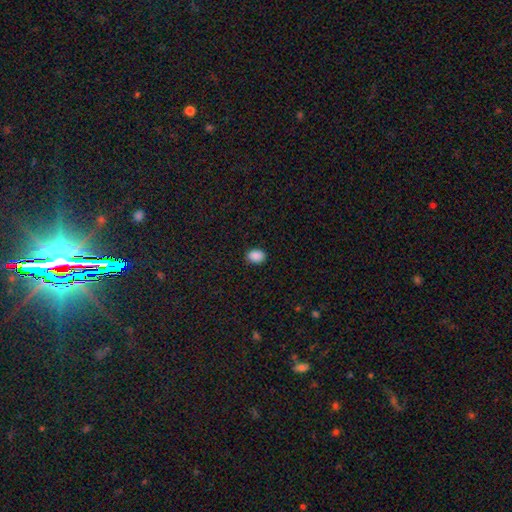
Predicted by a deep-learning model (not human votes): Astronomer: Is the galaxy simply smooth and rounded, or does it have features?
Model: smooth — 89%.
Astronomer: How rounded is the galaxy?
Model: in between — 68%.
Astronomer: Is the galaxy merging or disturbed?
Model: none — 89%.